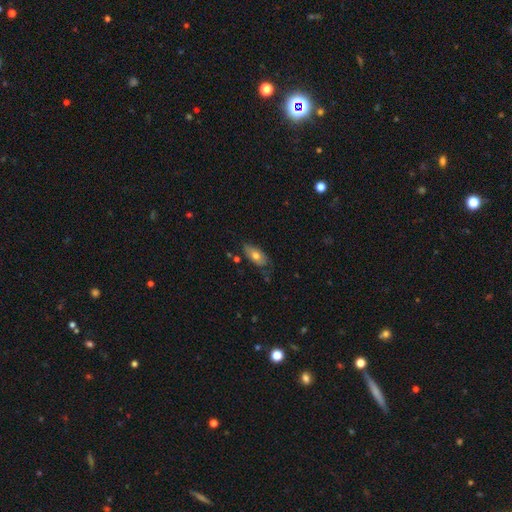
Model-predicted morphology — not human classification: type=smooth (64%); roundness=in between (88%); merging=none (66%).